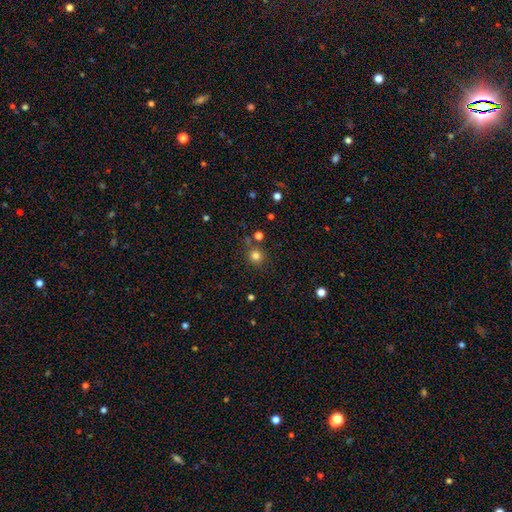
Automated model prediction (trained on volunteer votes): Smooth or featured: smooth — 80% (star or artifact — 14%)
How rounded: round — 93% (in between — 6%)
Merging: none — 80% (minor disturbance — 9%)